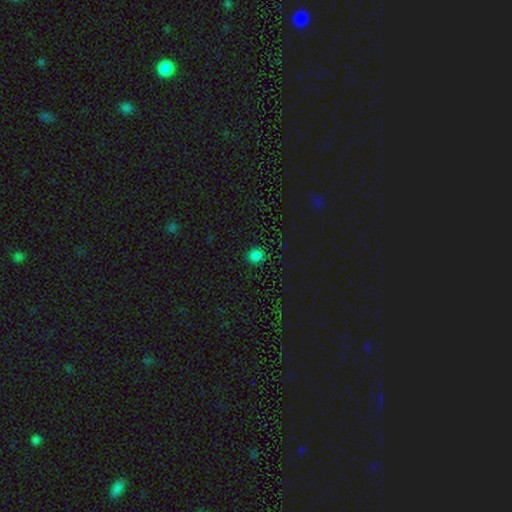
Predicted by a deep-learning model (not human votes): smooth_or_featured: smooth (p=0.78) [alt: star or artifact p=0.18]
how_rounded: round (p=0.82) [alt: in between p=0.17]
merging: none (p=0.89) [alt: minor disturbance p=0.08]